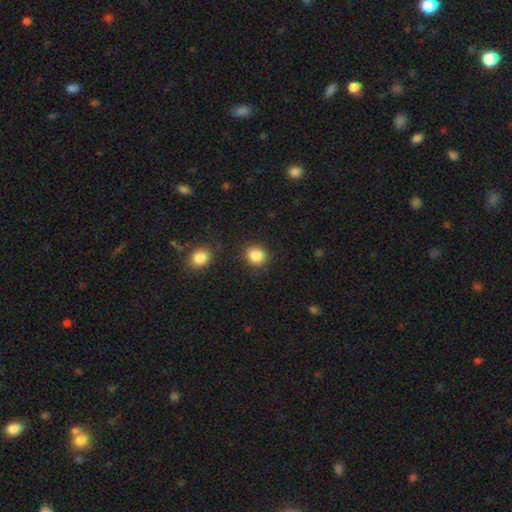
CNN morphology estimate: smooth_or_featured: smooth (p=0.87) [alt: star or artifact p=0.09]
how_rounded: round (p=0.81) [alt: in between p=0.18]
merging: none (p=0.86) [alt: minor disturbance p=0.08]